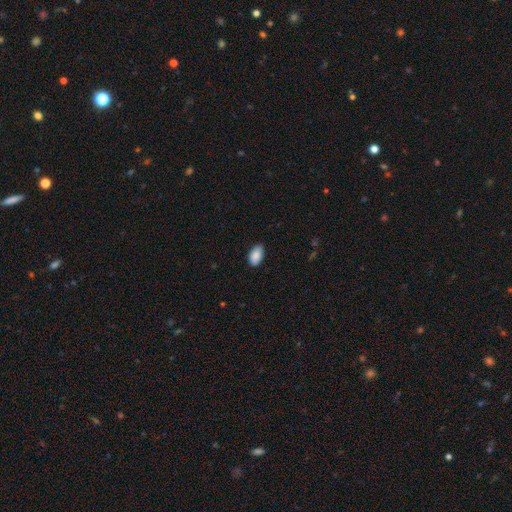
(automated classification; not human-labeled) Overall: smooth (89%). How rounded: in between (95%). Merging: none (85%).